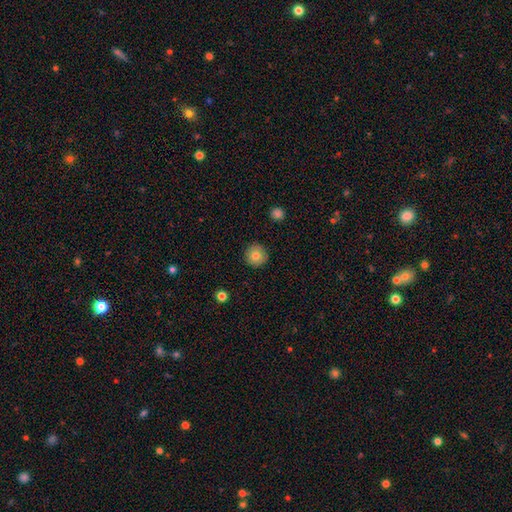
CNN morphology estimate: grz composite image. It shows a smooth galaxy with no disk features (80%) that is round (95%). Merging: none (90%).